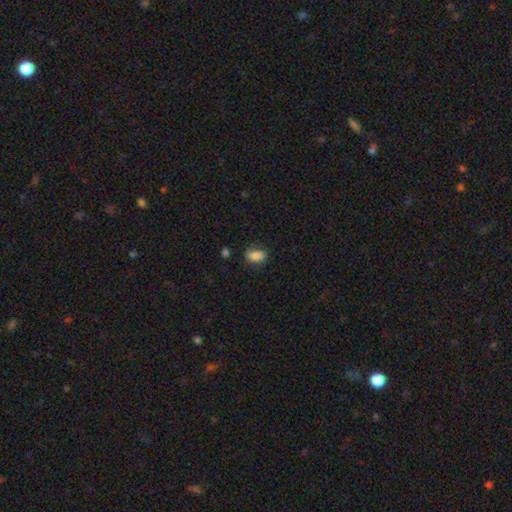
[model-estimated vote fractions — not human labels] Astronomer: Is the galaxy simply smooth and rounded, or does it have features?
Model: smooth — 84%.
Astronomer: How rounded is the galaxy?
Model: in between — 86%.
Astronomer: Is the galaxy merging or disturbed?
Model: none — 73%.